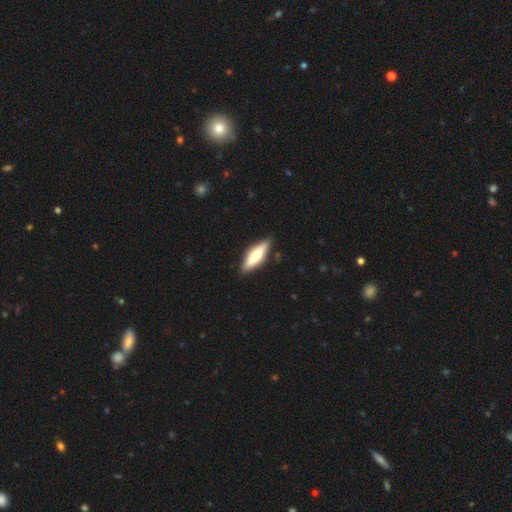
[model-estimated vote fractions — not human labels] smooth-or-featured: smooth: 63% | featured or disk: 32% | star or artifact: 5%
  how-rounded: cigar-shaped: 52% | in between: 46% | round: 2%
  merging: none: 88% | minor disturbance: 9% | major disturbance: 2% | merger: 1%